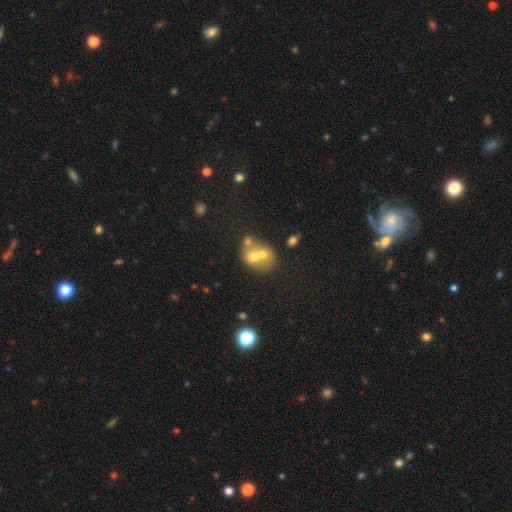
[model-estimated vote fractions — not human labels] Smooth or featured?
  - smooth: 57% *
  - featured or disk: 31%
  - star or artifact: 12%
How rounded?
  - round: 61% *
  - in between: 38%
  - cigar-shaped: 1%
Merging?
  - merger: 66% *
  - none: 23%
  - minor disturbance: 7%
  - major disturbance: 4%